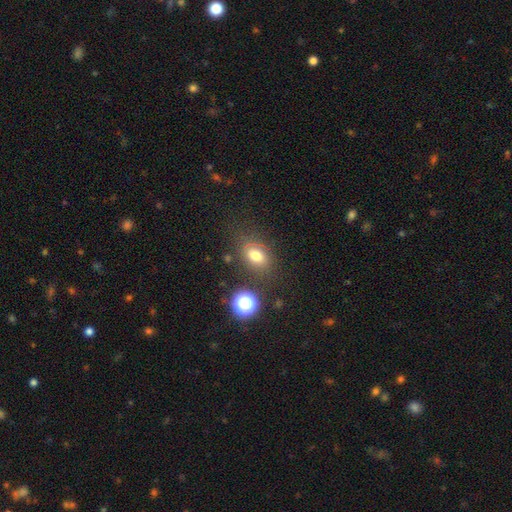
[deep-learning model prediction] The model was most divided on "how rounded": in between: 73%, round: 25%, cigar-shaped: 2%. More confident: merging — none (74%); smooth or featured — smooth (72%).